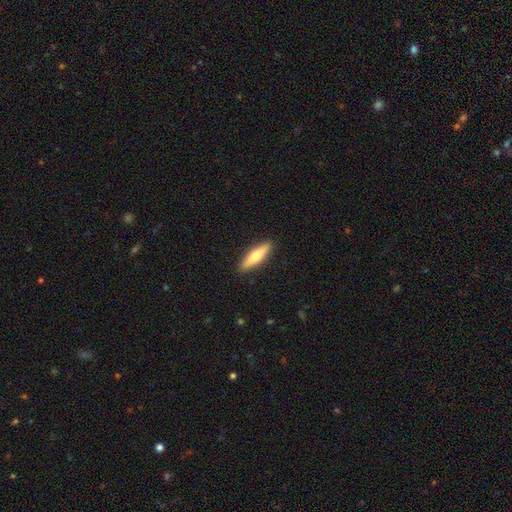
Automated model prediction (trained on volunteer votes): A smooth galaxy with no disk features (58%) that is cigar-shaped (73%). Merging: none (91%).